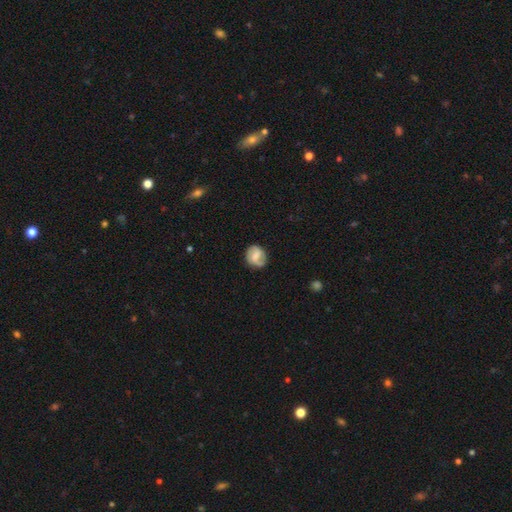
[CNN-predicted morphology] type=featured or disk (49%); merging=none (73%).